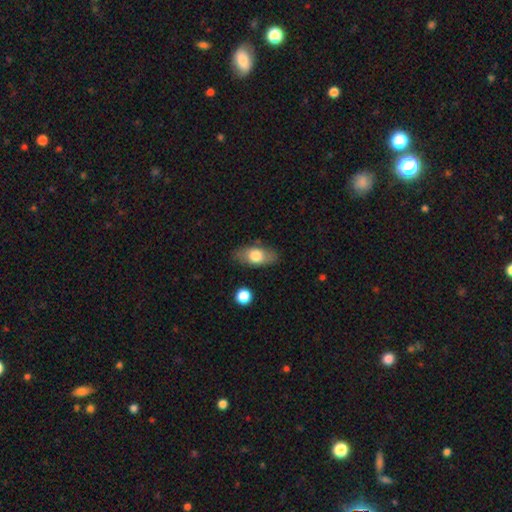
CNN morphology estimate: Overall: smooth (69%). How rounded: in between (84%). Merging: none (79%).